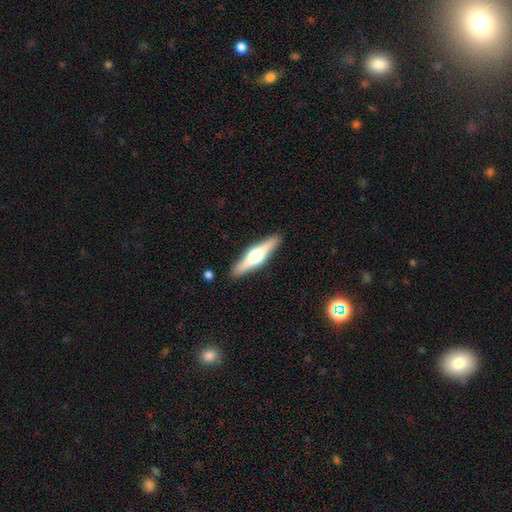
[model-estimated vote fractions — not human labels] Morphology: type=featured or disk (61%); edge-on=yes (96%); edge-on bulge=rounded (94%); merging=none (89%).